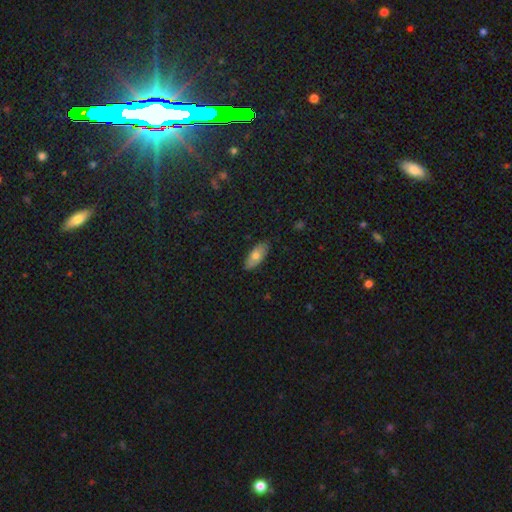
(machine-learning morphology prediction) A smooth galaxy with no disk features (70%) that is in between round and cigar-shaped (85%). Merging: none (85%).